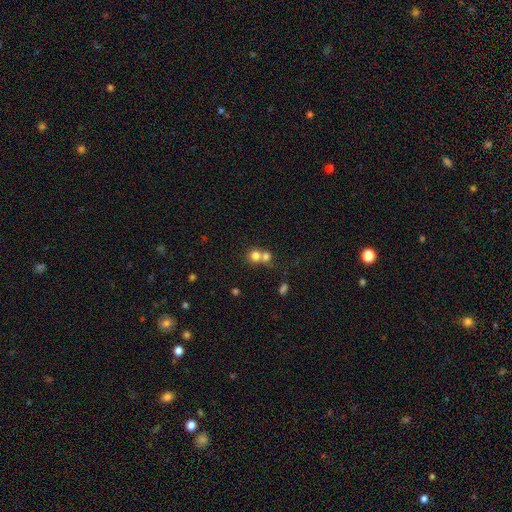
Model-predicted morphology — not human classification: Overall: smooth (76%). How rounded: round (85%). Merging: merger (55%; none 37%).